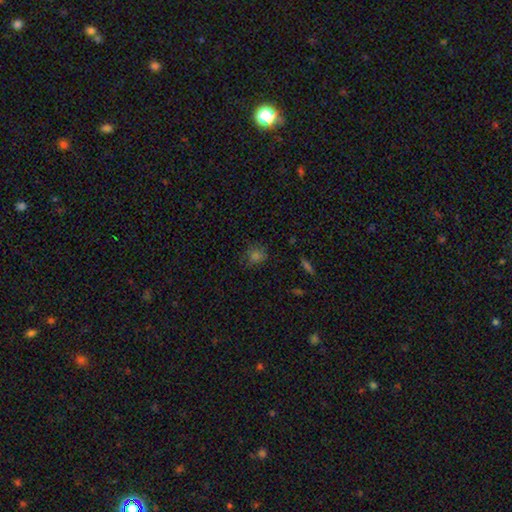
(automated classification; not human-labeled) This is likely a smooth galaxy (72%). How rounded: clearly round (81%). Merging: clearly none (80%).